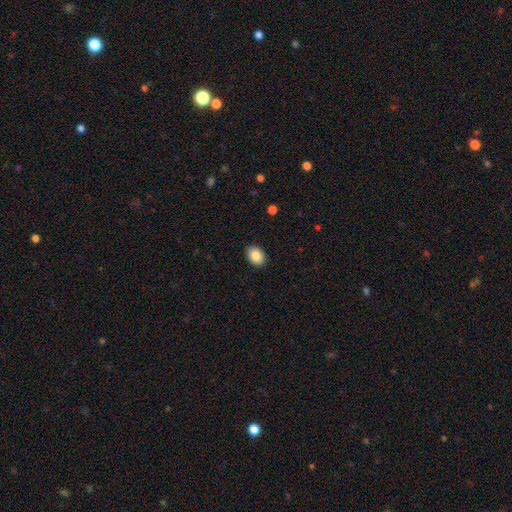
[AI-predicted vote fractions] The model was most divided on "how rounded": in between: 74%, round: 25%, cigar-shaped: 1%. More confident: merging — none (90%); smooth or featured — smooth (87%).